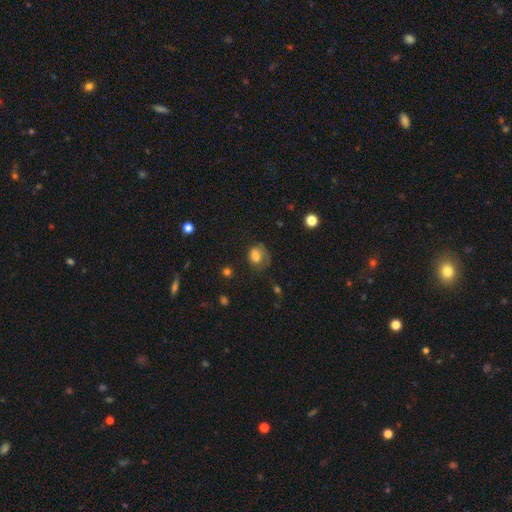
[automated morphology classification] Smooth or featured: smooth — 71% (featured or disk — 17%)
How rounded: in between — 53% (round — 46%)
Merging: none — 40% (major disturbance — 30%)